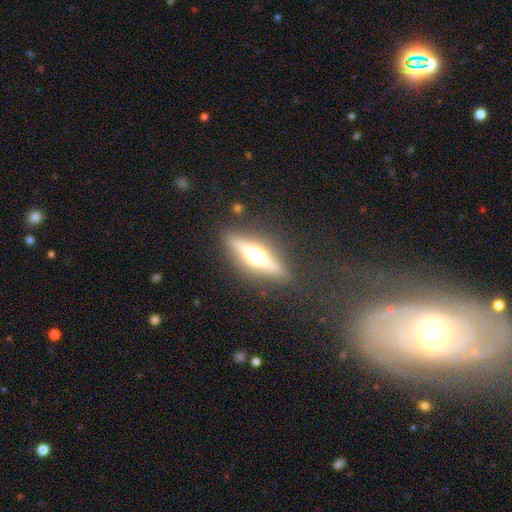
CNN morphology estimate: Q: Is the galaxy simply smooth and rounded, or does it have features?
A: featured or disk — 71%.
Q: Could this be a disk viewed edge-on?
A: yes — 94%.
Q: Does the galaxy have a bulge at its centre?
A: rounded — 96%.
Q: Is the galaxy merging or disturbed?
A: none — 86%.